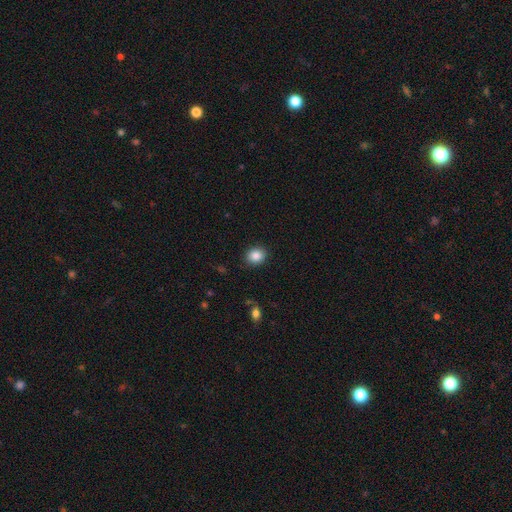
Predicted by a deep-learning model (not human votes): A smooth galaxy with no disk features (86%) that is round (68%).

Vote fractions:
- Smooth or featured? smooth: 86% / star or artifact: 9% / featured or disk: 5%
- How rounded? round: 68% / in between: 32% / cigar-shaped: 1%
- Merging? none: 89% / minor disturbance: 7% / major disturbance: 2% / merger: 1%